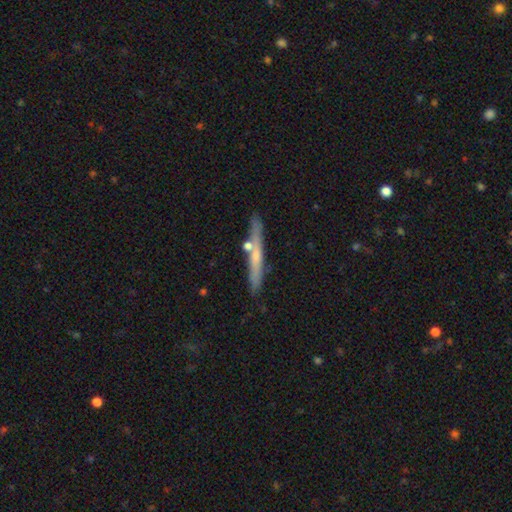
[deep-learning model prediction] Smooth or featured? Predicted: featured or disk (p=0.50). Merging? Predicted: none (p=0.80).